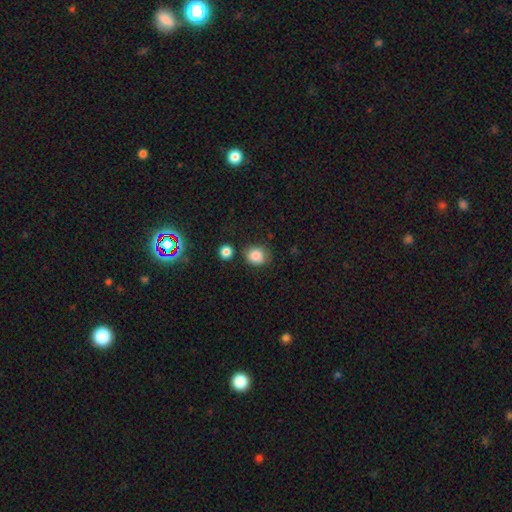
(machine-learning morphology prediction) This is clearly a smooth galaxy (85%). How rounded: likely round (69%). Merging: likely none (72%).